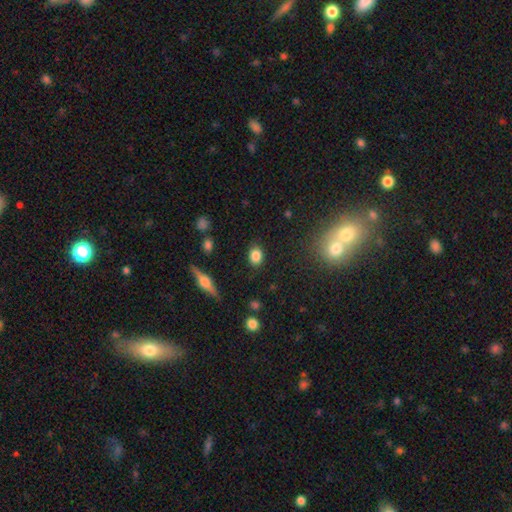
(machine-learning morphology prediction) Smooth or featured: smooth — 83% (star or artifact — 9%)
How rounded: in between — 55% (round — 43%)
Merging: none — 87% (minor disturbance — 9%)